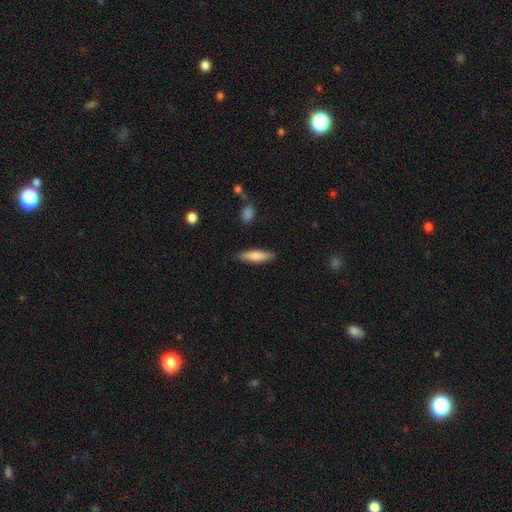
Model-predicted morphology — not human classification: smooth-or-featured: smooth: 77% | featured or disk: 17% | star or artifact: 6%
  how-rounded: cigar-shaped: 65% | in between: 33% | round: 2%
  merging: none: 86% | minor disturbance: 10% | major disturbance: 2% | merger: 2%